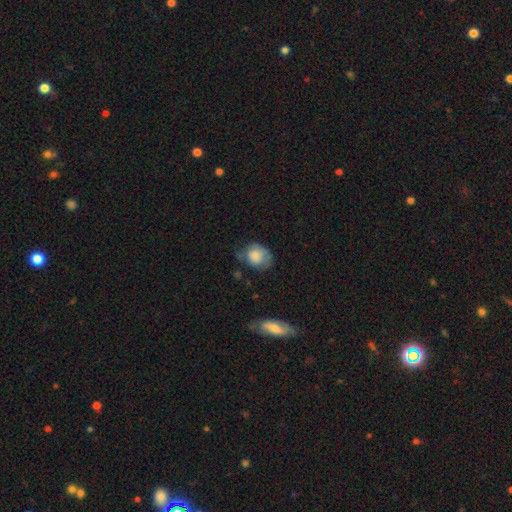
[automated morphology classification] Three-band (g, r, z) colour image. It shows a smooth galaxy with no disk features (75%) that is round (50%). Merging: none (46%).